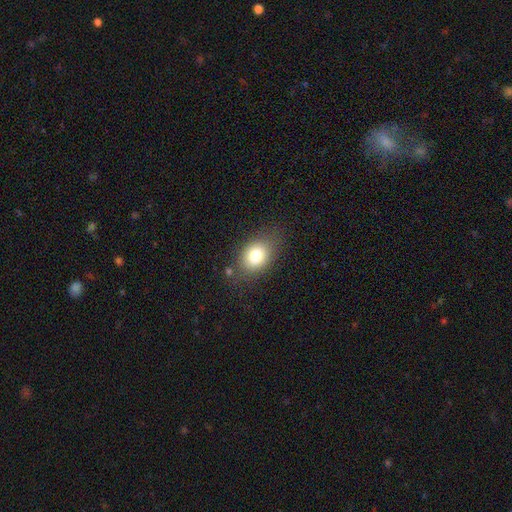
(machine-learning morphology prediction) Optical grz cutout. It shows a smooth galaxy with no disk features (78%) that is in between round and cigar-shaped (66%). Merging: none (75%).